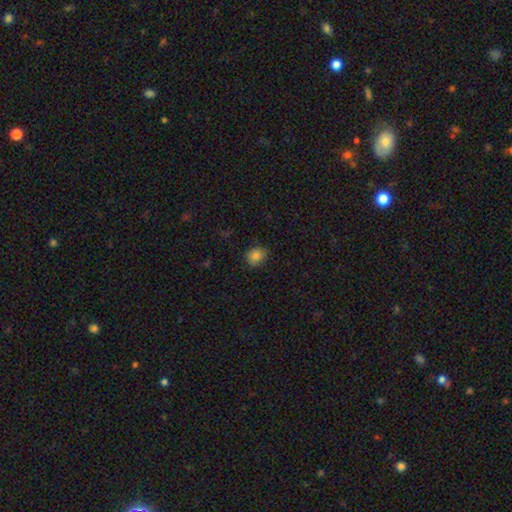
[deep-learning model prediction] Overall: smooth (84%). How rounded: round (65%; in between 34%). Merging: none (83%).